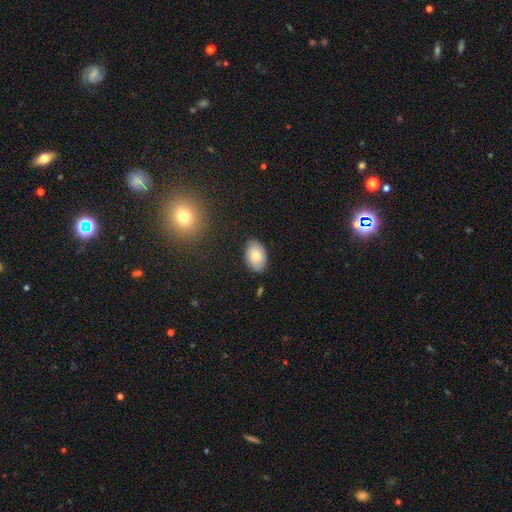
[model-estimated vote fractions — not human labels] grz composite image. It shows a smooth galaxy with no disk features (76%) that is in between round and cigar-shaped (88%). Merging: none (85%).